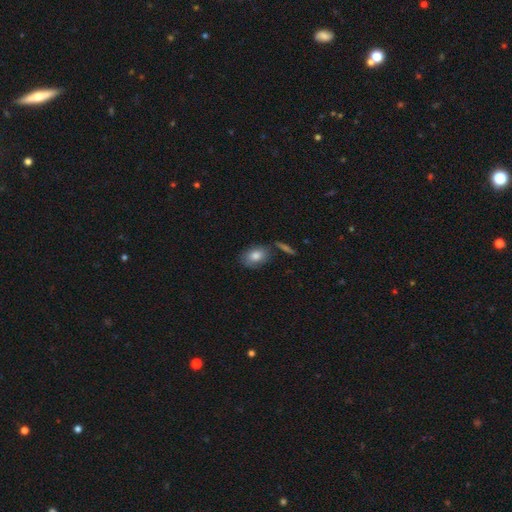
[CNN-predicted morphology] Smooth or featured: smooth — 80% (featured or disk — 13%)
How rounded: in between — 84% (round — 14%)
Merging: none — 70% (minor disturbance — 18%)